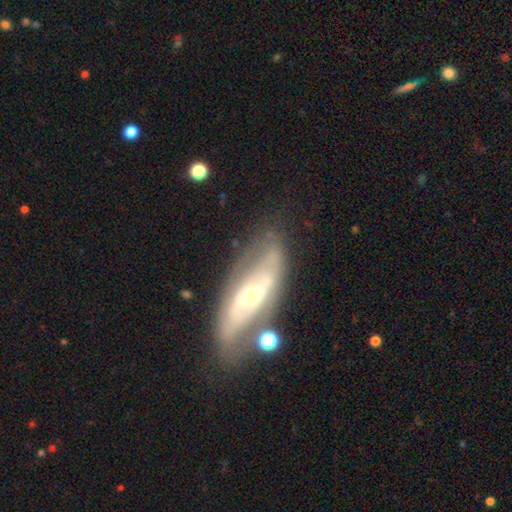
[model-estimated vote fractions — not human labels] Smooth or featured? featured or disk (76%)
Edge-on disk? no (84%)
Bar? no (44%)
Spiral arms? yes (72%)
Bulge size? small (62%)
Merging? none (64%)